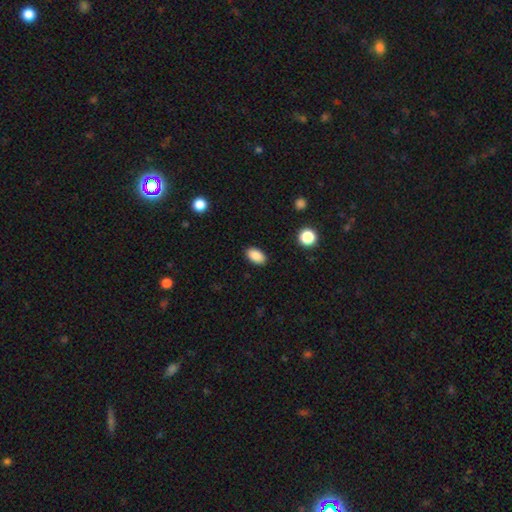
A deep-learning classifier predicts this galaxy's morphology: Smooth or featured? smooth (88%)
How rounded? in between (92%)
Merging? none (89%)